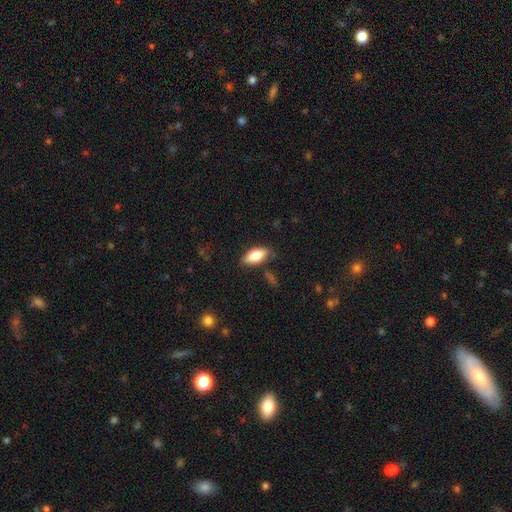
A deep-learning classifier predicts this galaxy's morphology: Smooth or featured?
  - smooth: 80% *
  - featured or disk: 14%
  - star or artifact: 6%
How rounded?
  - in between: 86% *
  - cigar-shaped: 11%
  - round: 3%
Merging?
  - none: 78% *
  - minor disturbance: 16%
  - major disturbance: 4%
  - merger: 3%